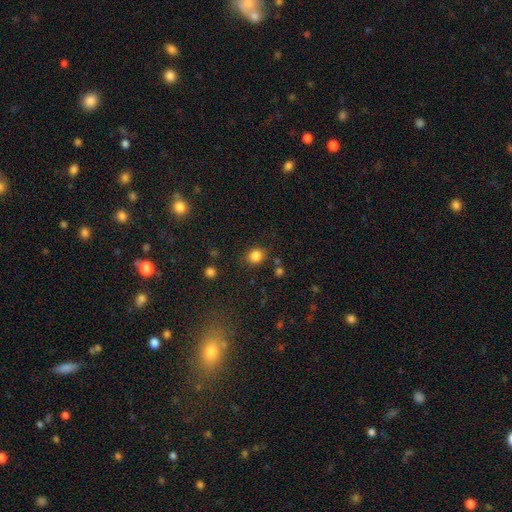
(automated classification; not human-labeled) Q: Smooth or featured?
A: smooth (84%); runner-up: star or artifact (11%)
Q: How rounded?
A: round (66%); runner-up: in between (33%)
Q: Merging?
A: none (80%); runner-up: minor disturbance (12%)